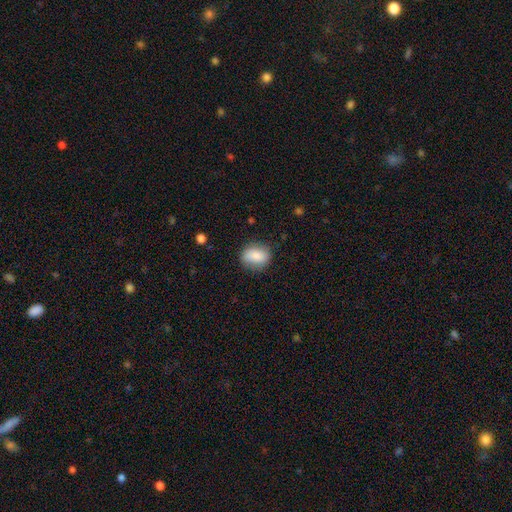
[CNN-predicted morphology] Smooth or featured: smooth — 83% (featured or disk — 10%)
How rounded: in between — 52% (round — 46%)
Merging: none — 81% (minor disturbance — 14%)